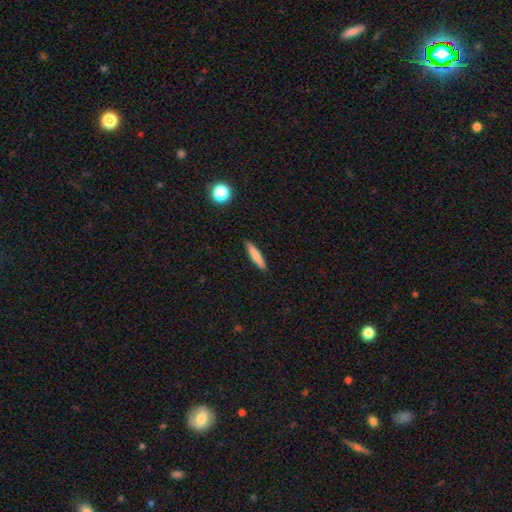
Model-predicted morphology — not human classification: Q: Smooth or featured?
A: smooth (77%); runner-up: featured or disk (16%)
Q: How rounded?
A: cigar-shaped (89%); runner-up: in between (9%)
Q: Merging?
A: none (90%); runner-up: minor disturbance (7%)